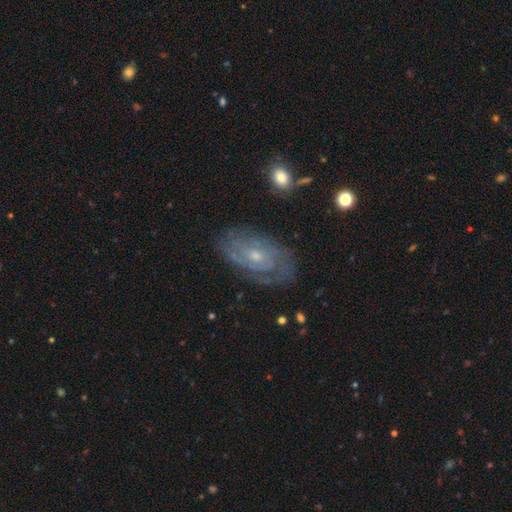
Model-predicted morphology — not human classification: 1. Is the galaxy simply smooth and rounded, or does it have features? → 79% featured or disk, 13% smooth, 8% star or artifact.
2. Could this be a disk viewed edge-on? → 95% no, 5% yes.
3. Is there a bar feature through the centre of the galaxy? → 70% no, 25% weak, 4% strong.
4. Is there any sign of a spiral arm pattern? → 91% yes, 9% no.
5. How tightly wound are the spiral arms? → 68% tight, 25% medium, 7% loose.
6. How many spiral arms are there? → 44% can't tell, 28% 2, 12% 3, 6% 4, 5% 1, 4% more than 4.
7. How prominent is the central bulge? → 65% small, 32% moderate, 2% none, 1% large, 1% dominant.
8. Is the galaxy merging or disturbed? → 76% none, 17% minor disturbance, 6% major disturbance, 2% merger.